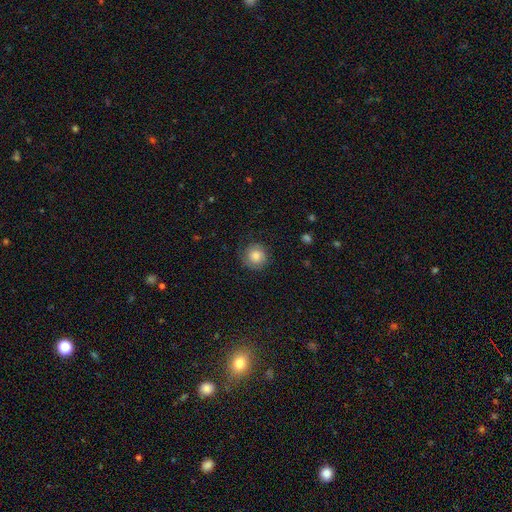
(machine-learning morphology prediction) A smooth galaxy with no disk features (73%) that is round (91%).

Vote fractions:
- Smooth or featured? smooth: 73% / featured or disk: 19% / star or artifact: 9%
- How rounded? round: 91% / in between: 9% / cigar-shaped: 1%
- Merging? none: 77% / minor disturbance: 15% / major disturbance: 6% / merger: 1%